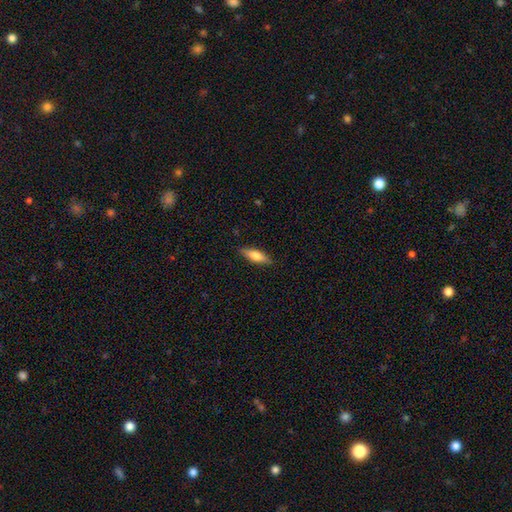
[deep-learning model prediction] Morphology: type=smooth (68%); roundness=cigar-shaped (53%); merging=none (87%).